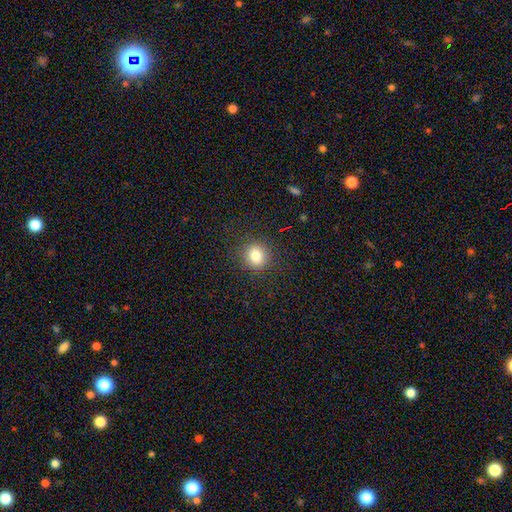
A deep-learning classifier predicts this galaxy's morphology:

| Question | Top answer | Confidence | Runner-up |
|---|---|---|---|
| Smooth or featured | smooth | 81% | star or artifact (12%) |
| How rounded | round | 86% | in between (13%) |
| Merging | none | 88% | minor disturbance (8%) |